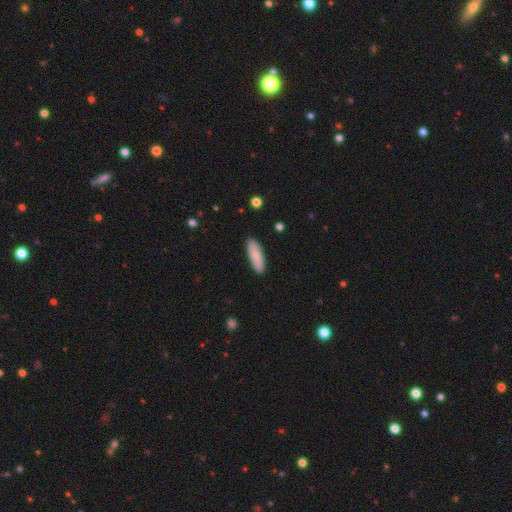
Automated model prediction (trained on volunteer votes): Q: Smooth or featured?
A: smooth (80%); runner-up: featured or disk (14%)
Q: How rounded?
A: in between (53%); runner-up: cigar-shaped (45%)
Q: Merging?
A: none (89%); runner-up: minor disturbance (9%)